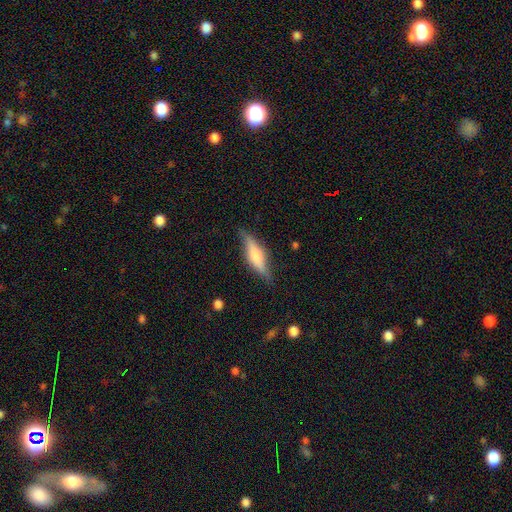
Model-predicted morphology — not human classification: The model was most divided on "smooth or featured": featured or disk: 53%, smooth: 40%, star or artifact: 7%. More confident: edge-on disk — yes (91%); merging — none (79%).